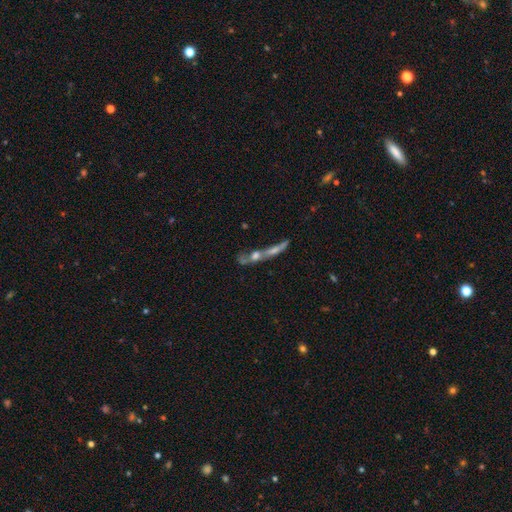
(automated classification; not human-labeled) Smooth or featured? Predicted: featured or disk (p=0.52). Edge-on disk? Predicted: yes (p=0.71). Merging? Predicted: none (p=0.45).